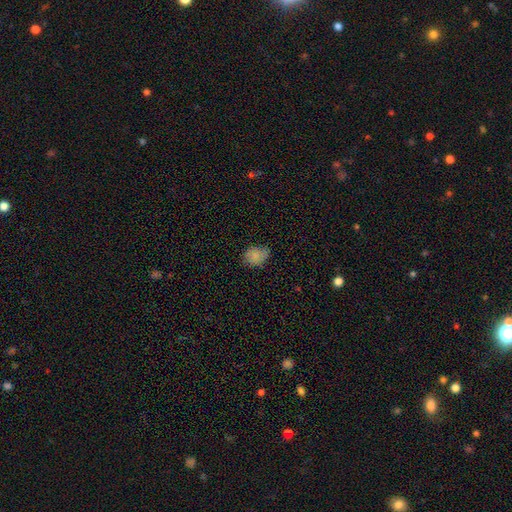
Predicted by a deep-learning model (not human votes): Q: Smooth or featured?
A: smooth (80%); runner-up: star or artifact (10%)
Q: How rounded?
A: in between (62%); runner-up: round (37%)
Q: Merging?
A: none (67%); runner-up: minor disturbance (27%)